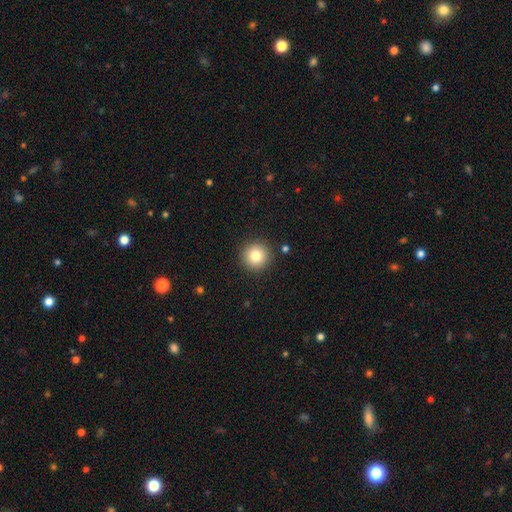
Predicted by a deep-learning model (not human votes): smooth_or_featured: smooth (p=0.81) [alt: star or artifact p=0.11]
how_rounded: round (p=0.96) [alt: in between p=0.03]
merging: none (p=0.91) [alt: minor disturbance p=0.06]